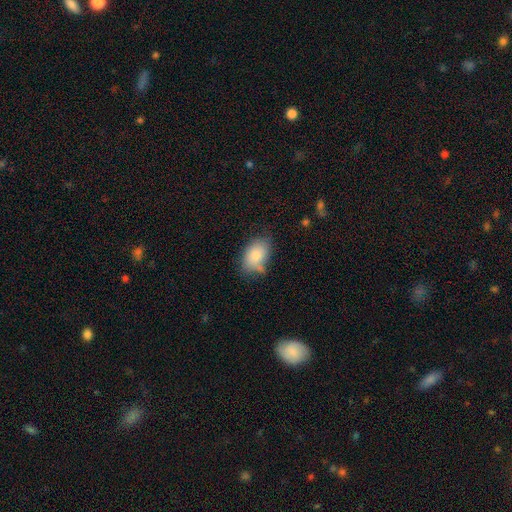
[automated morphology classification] smooth-or-featured: smooth: 82% | featured or disk: 10% | star or artifact: 8%
  how-rounded: in between: 86% | round: 13% | cigar-shaped: 1%
  merging: none: 58% | minor disturbance: 28% | major disturbance: 7% | merger: 6%